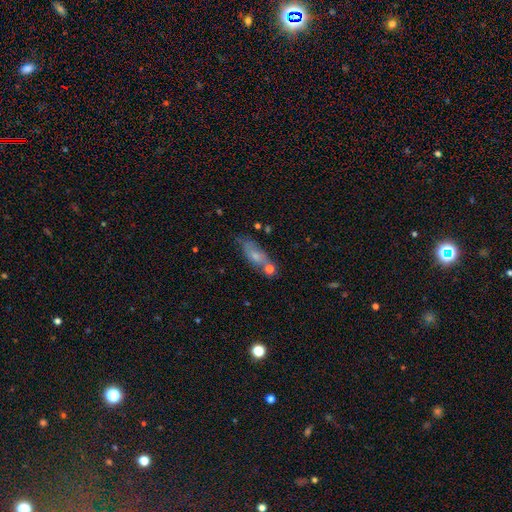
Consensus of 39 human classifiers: Smooth or featured?
  - smooth: 69% *
  - featured or disk: 23%
  - star or artifact: 8%
How rounded?
  - in between: 56% *
  - cigar-shaped: 41%
  - round: 4%
Merging?
  - none: 50% *
  - merger: 19%
  - major disturbance: 17%
  - minor disturbance: 14%